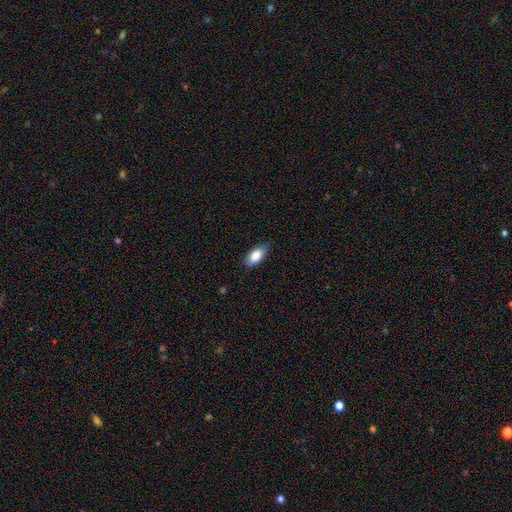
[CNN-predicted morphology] Smooth or featured? smooth (87%)
How rounded? in between (91%)
Merging? none (81%)